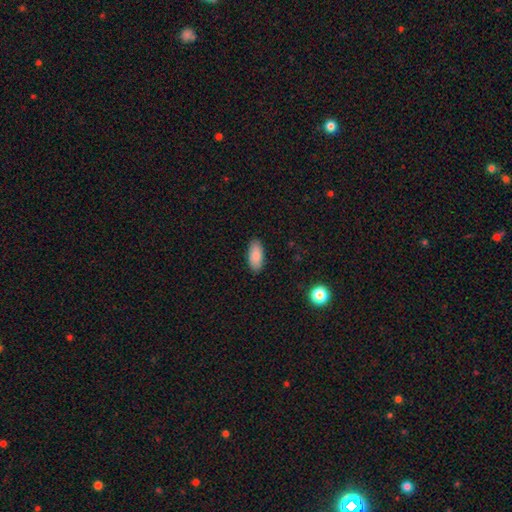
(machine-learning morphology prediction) This is clearly a smooth galaxy (88%). How rounded: clearly in between (89%). Merging: clearly none (89%).